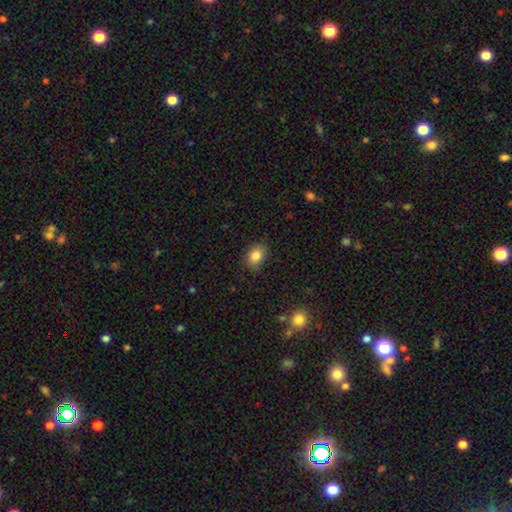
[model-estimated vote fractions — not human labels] Morphology: type=smooth (85%); roundness=in between (69%); merging=none (81%).